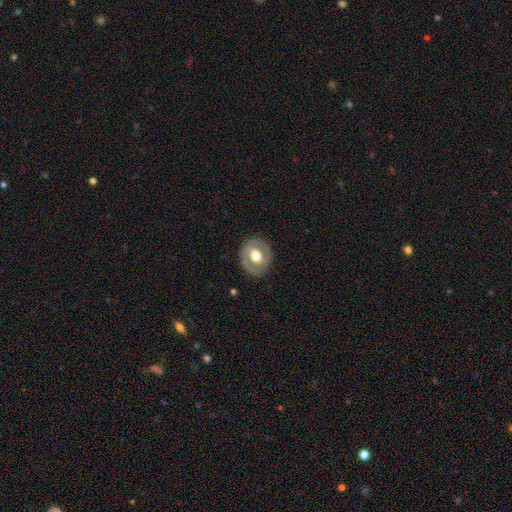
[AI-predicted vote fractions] Smooth or featured: featured or disk — 53% (smooth — 42%)
Edge-on disk: no — 95% (yes — 5%)
Merging: none — 82% (minor disturbance — 12%)